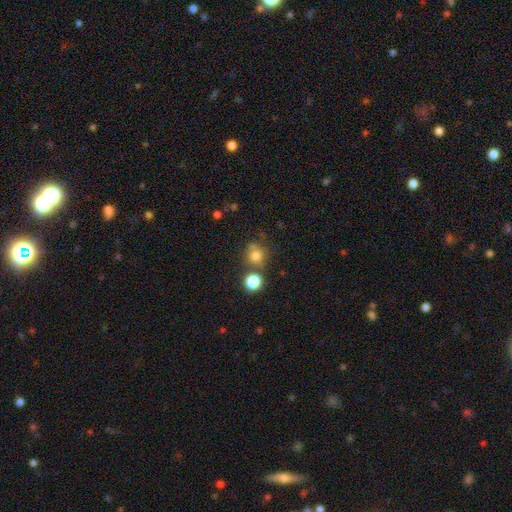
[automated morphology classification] type=smooth (75%); roundness=round (86%); merging=none (62%).